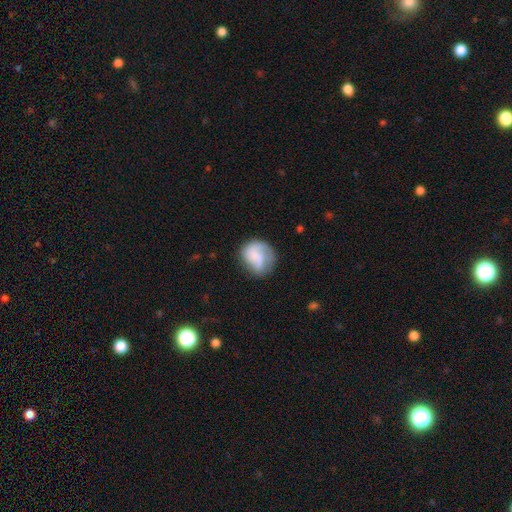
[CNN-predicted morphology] Smooth or featured?
  - smooth: 55% *
  - featured or disk: 38%
  - star or artifact: 7%
How rounded?
  - round: 65% *
  - in between: 34%
  - cigar-shaped: 1%
Merging?
  - none: 53% *
  - minor disturbance: 26%
  - major disturbance: 18%
  - merger: 3%